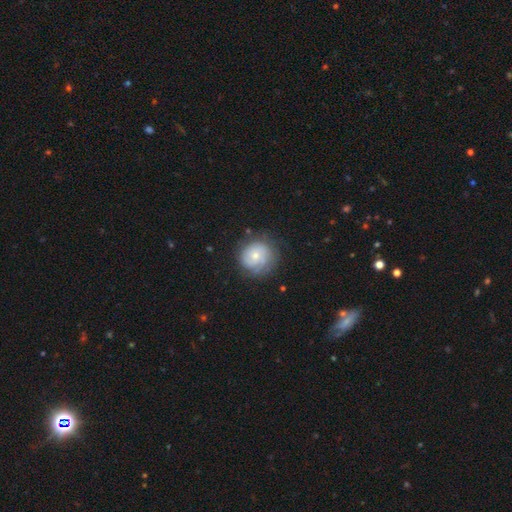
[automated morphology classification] Overall: featured or disk (50%; smooth 42%). Merging: none (69%).